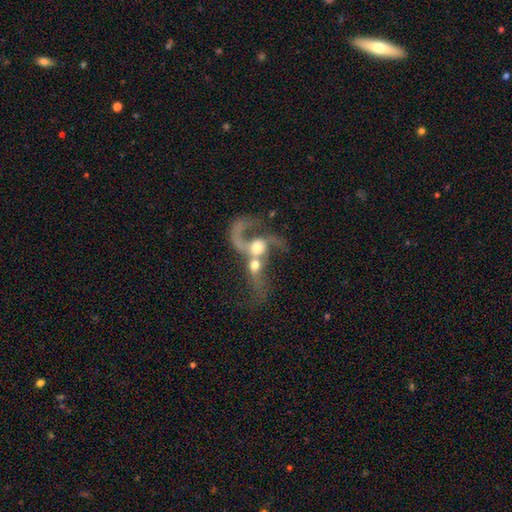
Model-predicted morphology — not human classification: This appears to be a featured or disk galaxy (75%) with no bar (67%), 2 (45%) loose (72%) spiral arms (76%) and a moderate central bulge (58%). Merging: merger (71%).